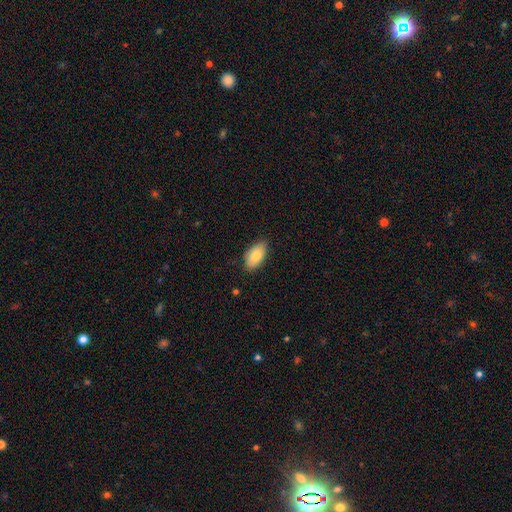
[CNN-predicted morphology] This appears to be a smooth galaxy with no disk features (81%) that is in between round and cigar-shaped (94%). Merging: none (80%).